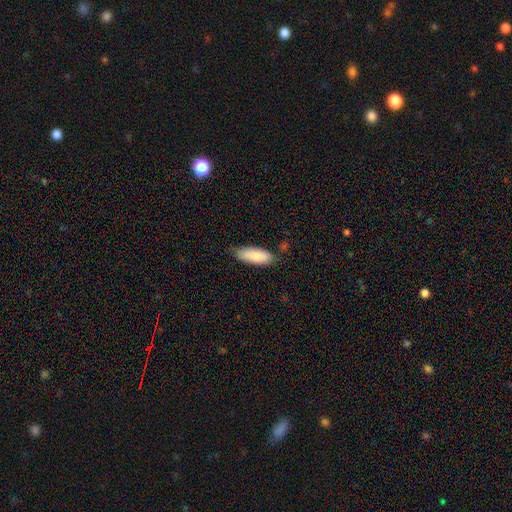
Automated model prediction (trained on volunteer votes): A smooth galaxy with no disk features (87%) that is in between round and cigar-shaped (69%).

Vote fractions:
- Smooth or featured? smooth: 87% / featured or disk: 8% / star or artifact: 6%
- How rounded? in between: 69% / cigar-shaped: 30% / round: 2%
- Merging? none: 73% / minor disturbance: 21% / major disturbance: 4% / merger: 2%